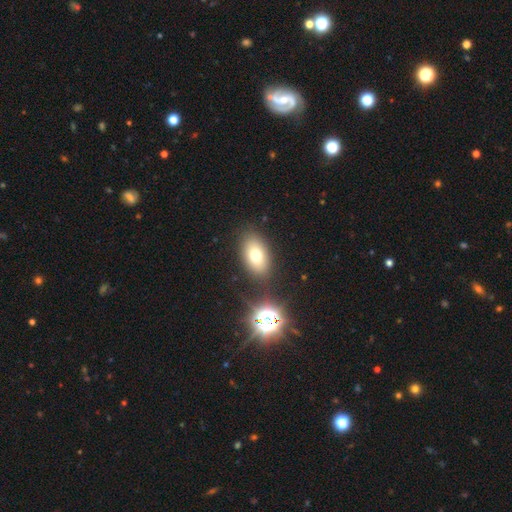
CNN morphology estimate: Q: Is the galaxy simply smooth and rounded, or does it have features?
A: smooth — 72%.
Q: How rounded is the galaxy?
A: in between — 86%.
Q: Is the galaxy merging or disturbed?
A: none — 81%.